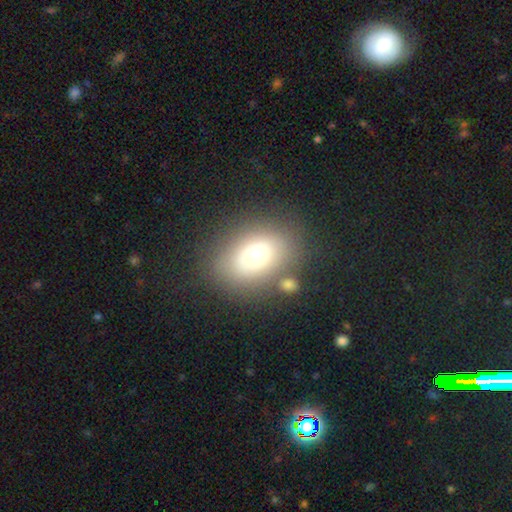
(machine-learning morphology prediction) smooth 69%, featured or disk 20%, star or artifact 11%. Down the decision tree: how rounded — in between (74%); merging — none (70%).